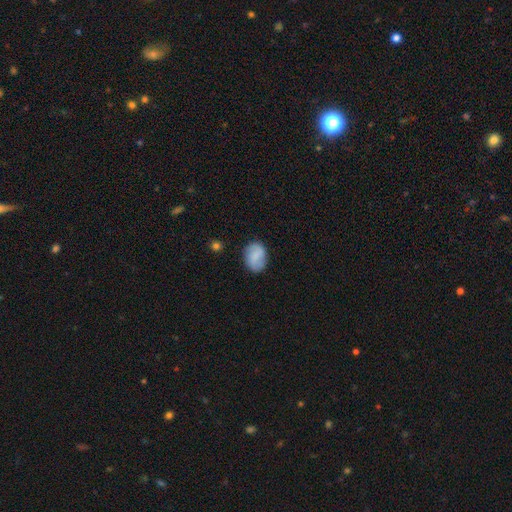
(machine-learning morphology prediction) Smooth or featured?
  - smooth: 68% *
  - featured or disk: 24%
  - star or artifact: 8%
How rounded?
  - in between: 66% *
  - round: 33%
  - cigar-shaped: 1%
Merging?
  - none: 77% *
  - minor disturbance: 17%
  - major disturbance: 4%
  - merger: 2%